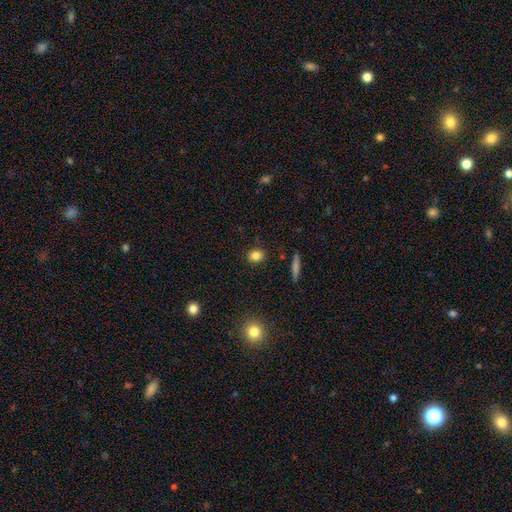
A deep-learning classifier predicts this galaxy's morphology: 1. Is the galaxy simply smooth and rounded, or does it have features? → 83% smooth, 11% star or artifact, 6% featured or disk.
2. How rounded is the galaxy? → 65% round, 32% in between, 2% cigar-shaped.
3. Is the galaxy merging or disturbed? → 88% none, 8% minor disturbance, 2% major disturbance, 2% merger.